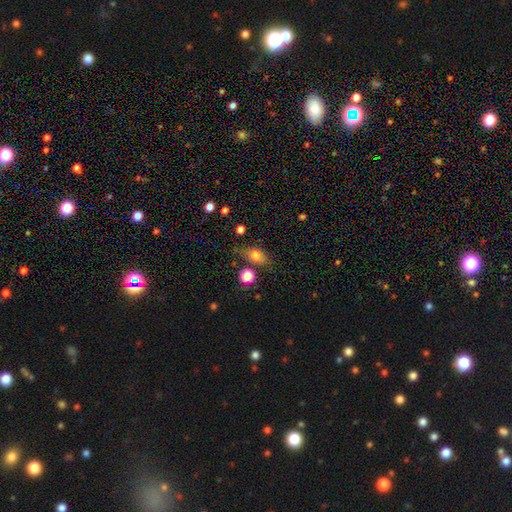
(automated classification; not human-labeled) Smooth or featured? smooth (78%)
How rounded? in between (76%)
Merging? none (63%)